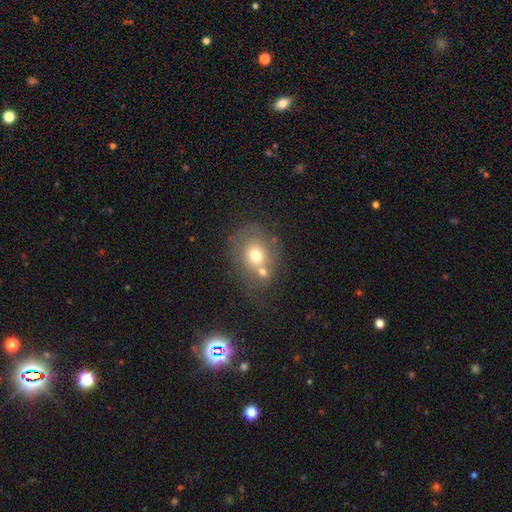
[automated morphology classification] smooth 64%, featured or disk 25%, star or artifact 11%. Down the decision tree: how rounded — round (62%); merging — none (45%).